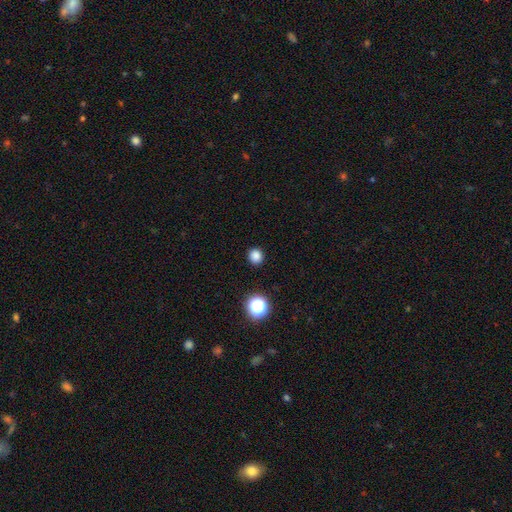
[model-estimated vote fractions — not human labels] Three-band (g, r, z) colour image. It shows a smooth galaxy with no disk features (83%) that is round (86%). Merging: none (91%).